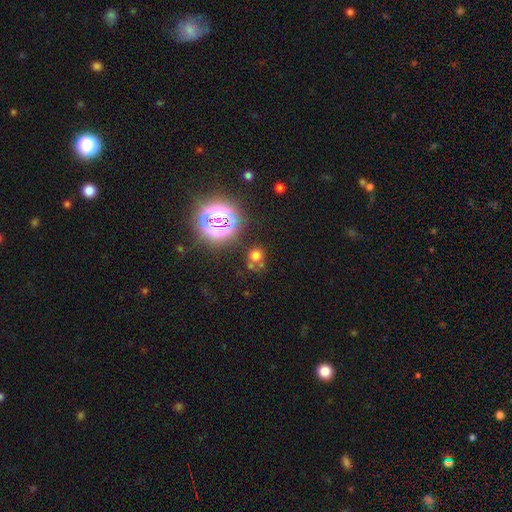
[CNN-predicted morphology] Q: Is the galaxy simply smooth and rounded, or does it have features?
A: smooth — 60%.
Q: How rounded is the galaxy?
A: round — 81%.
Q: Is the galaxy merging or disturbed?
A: none — 67%.